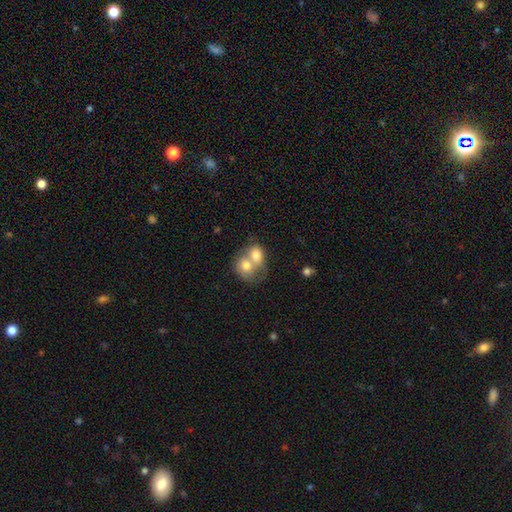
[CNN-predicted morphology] Smooth or featured: smooth — 73% (featured or disk — 20%)
How rounded: in between — 52% (round — 47%)
Merging: merger — 77% (none — 14%)